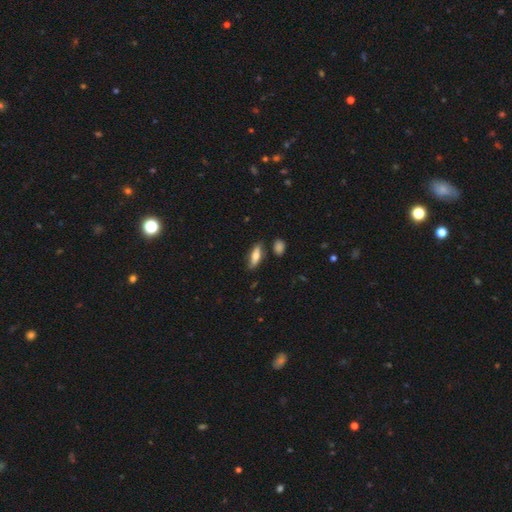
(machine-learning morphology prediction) Smooth or featured? Predicted: smooth (p=0.64). How rounded? Predicted: in between (p=0.56). Merging? Predicted: none (p=0.76).